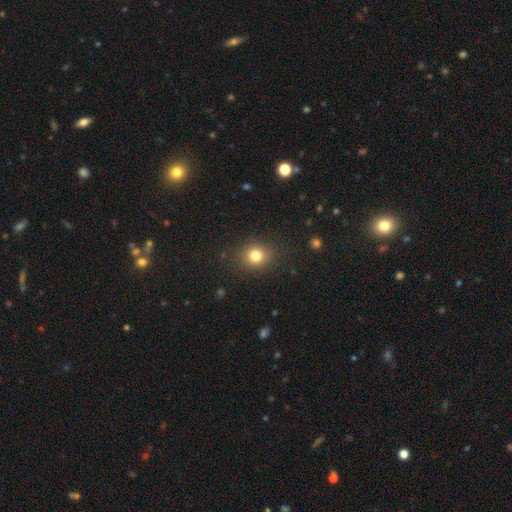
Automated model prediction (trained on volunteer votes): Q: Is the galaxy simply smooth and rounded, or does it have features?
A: smooth — 79%.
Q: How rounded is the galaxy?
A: round — 73%.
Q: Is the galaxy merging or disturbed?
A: none — 86%.